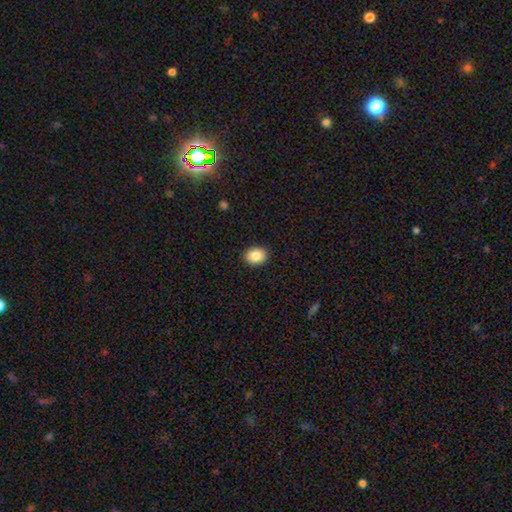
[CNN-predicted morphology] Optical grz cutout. It shows a smooth galaxy with no disk features (86%) that is in between round and cigar-shaped (50%). Merging: none (91%).